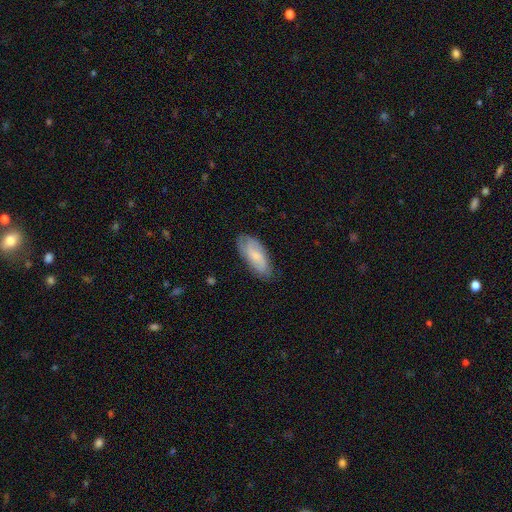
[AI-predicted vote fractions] This appears to be a smooth galaxy with no disk features (47%). Merging: none (75%).